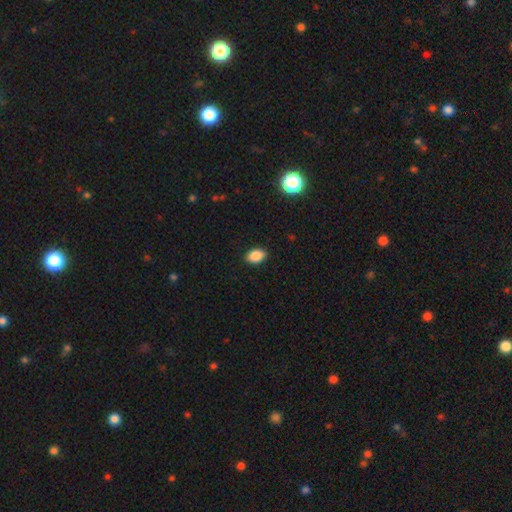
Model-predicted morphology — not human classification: smooth 88%, star or artifact 9%, featured or disk 3%. Down the decision tree: how rounded — in between (82%); merging — none (89%).